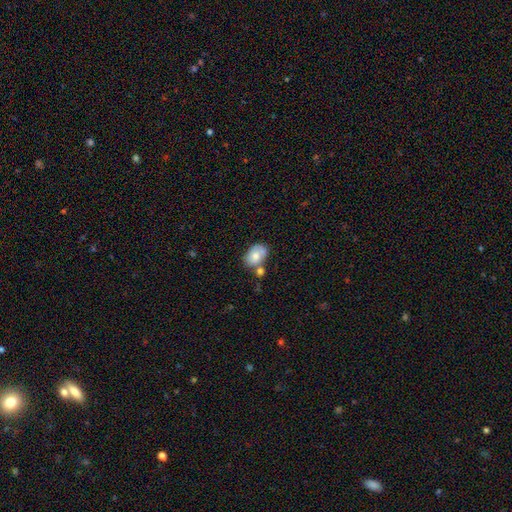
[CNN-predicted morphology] A smooth galaxy with no disk features (73%) that is in between round and cigar-shaped (82%).

Vote fractions:
- Smooth or featured? smooth: 73% / featured or disk: 20% / star or artifact: 7%
- How rounded? in between: 82% / round: 17% / cigar-shaped: 1%
- Merging? none: 43% / merger: 27% / minor disturbance: 22% / major disturbance: 8%